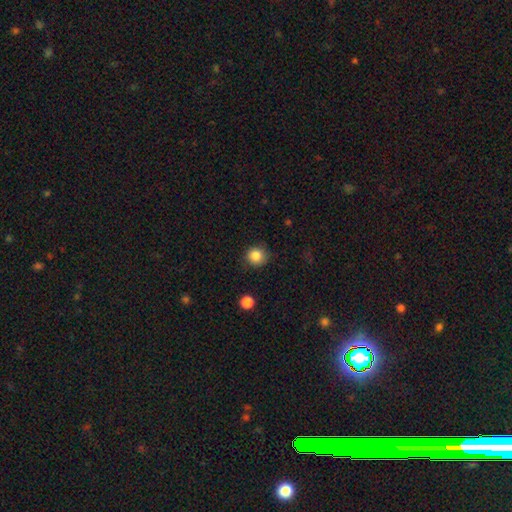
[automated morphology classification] Overall: smooth (85%). How rounded: round (92%). Merging: none (86%).